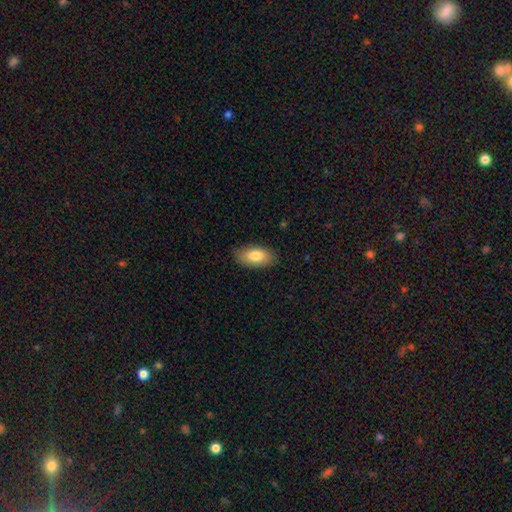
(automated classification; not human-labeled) Smooth or featured? smooth (81%)
How rounded? in between (92%)
Merging? none (87%)